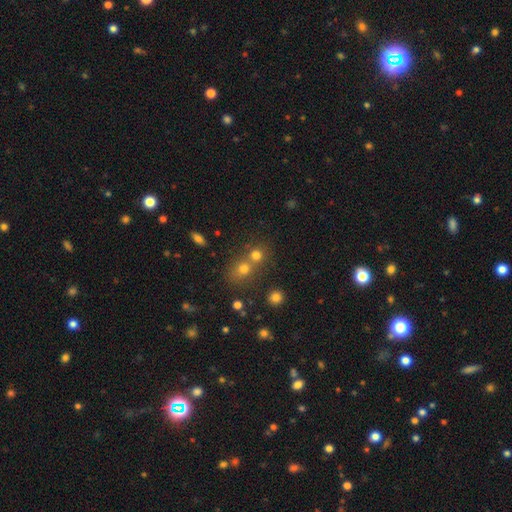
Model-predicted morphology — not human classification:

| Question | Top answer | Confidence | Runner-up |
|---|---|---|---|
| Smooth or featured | smooth | 68% | star or artifact (20%) |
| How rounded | round | 81% | in between (18%) |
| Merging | merger | 48% | none (43%) |